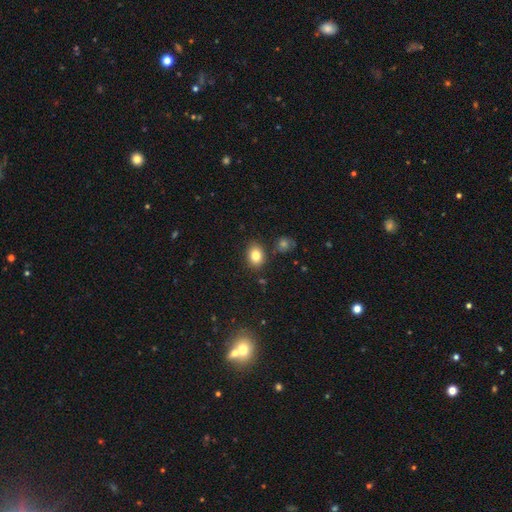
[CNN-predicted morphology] smooth 82%, star or artifact 9%, featured or disk 8%. Down the decision tree: how rounded — in between (66%); merging — none (82%).